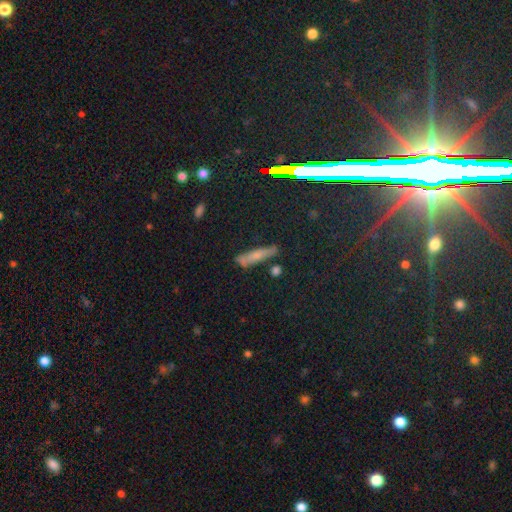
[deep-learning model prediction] Smooth or featured?
  - smooth: 58% *
  - featured or disk: 22%
  - star or artifact: 19%
How rounded?
  - cigar-shaped: 77% *
  - in between: 18%
  - round: 4%
Merging?
  - none: 71% *
  - minor disturbance: 19%
  - merger: 5%
  - major disturbance: 5%